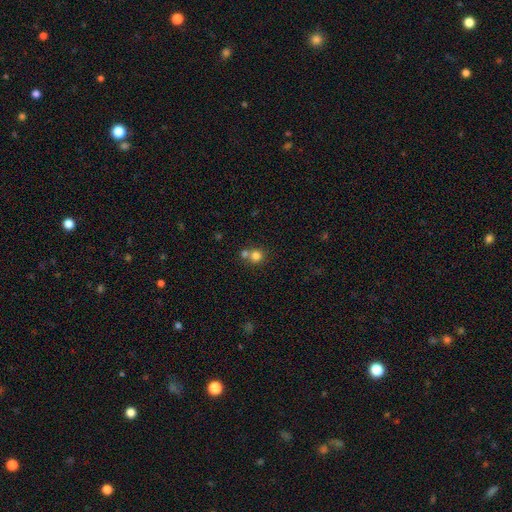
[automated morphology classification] Smooth or featured?
  - smooth: 79% *
  - star or artifact: 12%
  - featured or disk: 9%
How rounded?
  - round: 89% *
  - in between: 10%
  - cigar-shaped: 1%
Merging?
  - none: 48% *
  - merger: 43%
  - minor disturbance: 6%
  - major disturbance: 3%